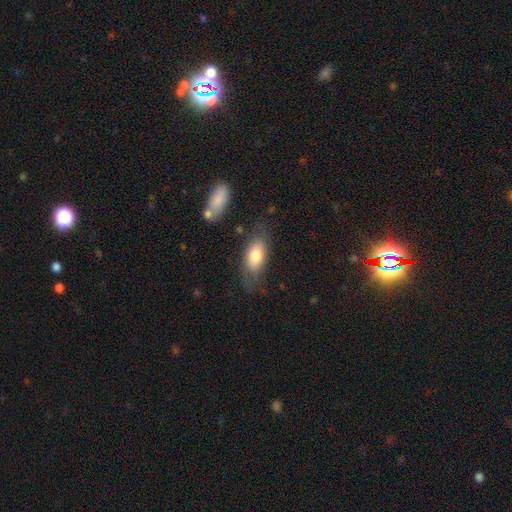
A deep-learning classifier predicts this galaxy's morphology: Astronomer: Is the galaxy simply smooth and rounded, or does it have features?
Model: smooth — 73%.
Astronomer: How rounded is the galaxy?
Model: in between — 87%.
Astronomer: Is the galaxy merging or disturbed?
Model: none — 65%.